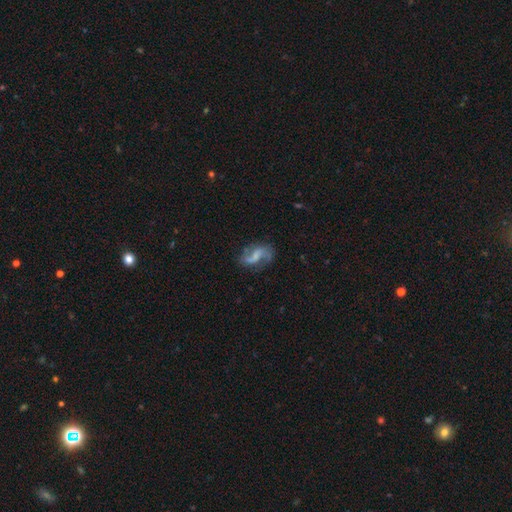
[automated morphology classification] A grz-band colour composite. It shows a featured or disk galaxy (75%) with a weak bar (49%), 2 (87%) loose (63%) spiral arms (92%) and a small central bulge (35%). Merging: none (65%).